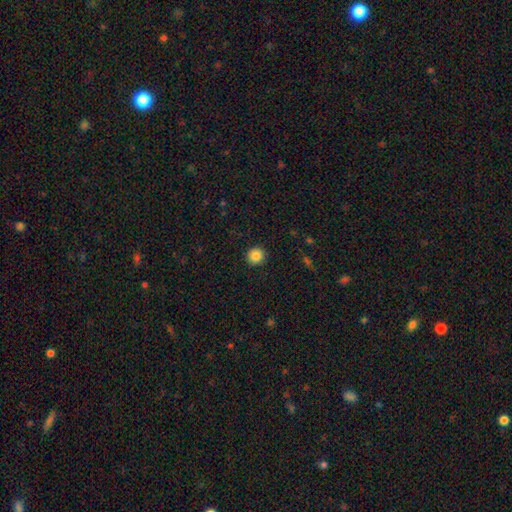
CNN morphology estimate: type=smooth (86%); roundness=round (92%); merging=none (91%).